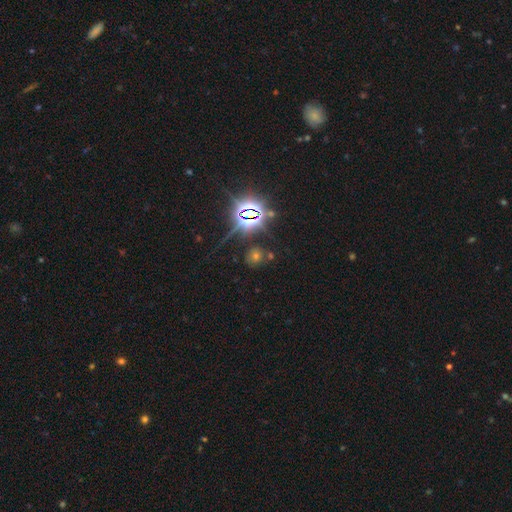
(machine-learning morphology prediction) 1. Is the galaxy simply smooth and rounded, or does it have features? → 60% star or artifact, 29% smooth, 11% featured or disk.